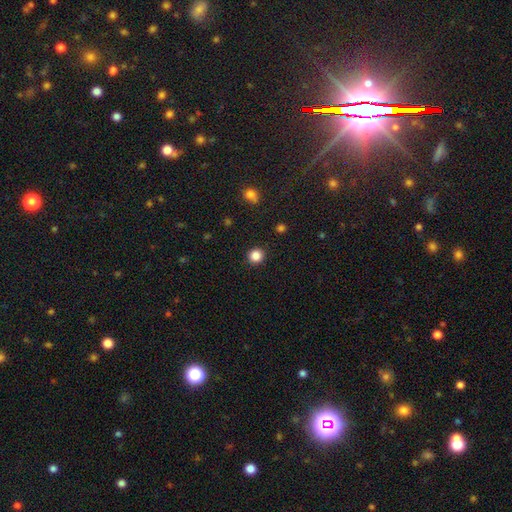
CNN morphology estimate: type=smooth (86%); roundness=round (93%); merging=none (92%).